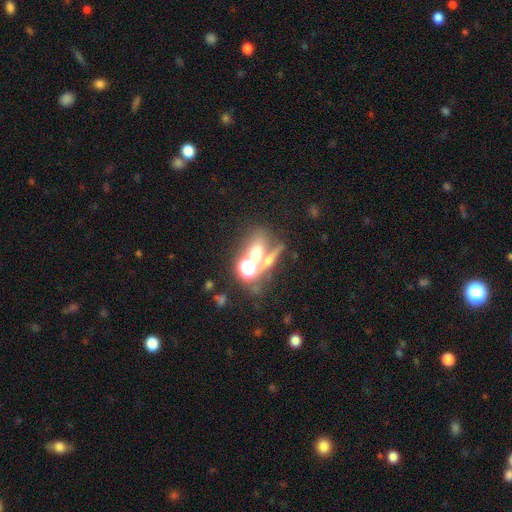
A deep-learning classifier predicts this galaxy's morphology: type=smooth (45%); merging=merger (45%).